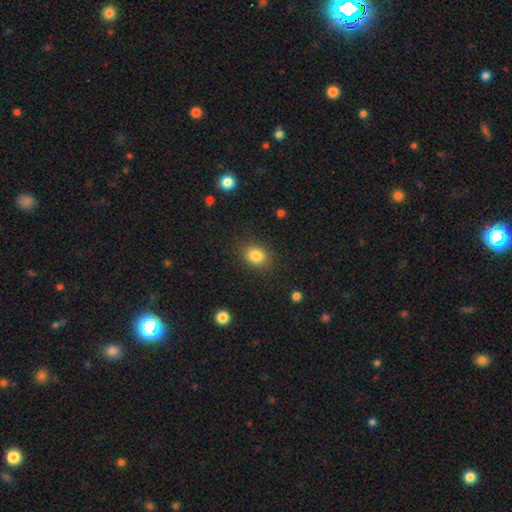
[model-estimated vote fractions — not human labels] Morphology: type=smooth (84%); roundness=round (51%); merging=none (86%).